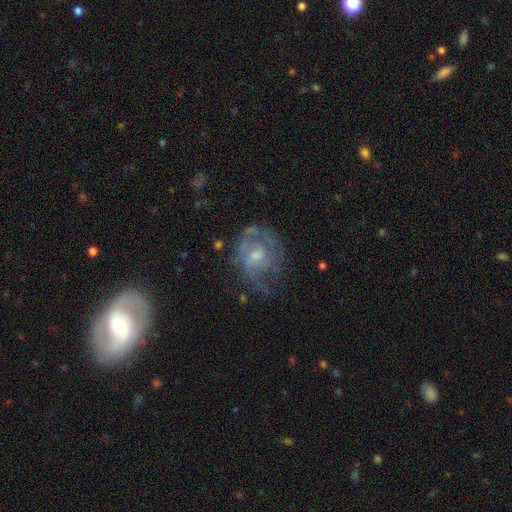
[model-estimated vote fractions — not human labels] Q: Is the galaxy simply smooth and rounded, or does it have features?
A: featured or disk — 70%.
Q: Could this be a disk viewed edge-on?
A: no — 97%.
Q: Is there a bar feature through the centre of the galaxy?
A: no — 58%.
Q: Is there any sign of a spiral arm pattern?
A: yes — 67%.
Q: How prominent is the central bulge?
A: moderate — 46%.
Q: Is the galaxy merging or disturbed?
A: none — 45%.